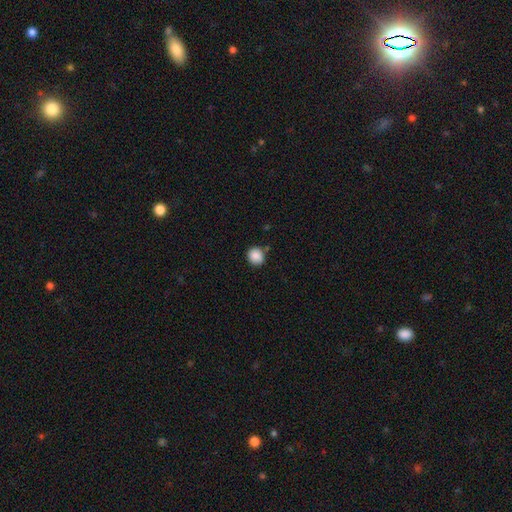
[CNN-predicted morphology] Q: Smooth or featured?
A: smooth (88%); runner-up: star or artifact (9%)
Q: How rounded?
A: round (86%); runner-up: in between (13%)
Q: Merging?
A: none (82%); runner-up: minor disturbance (11%)